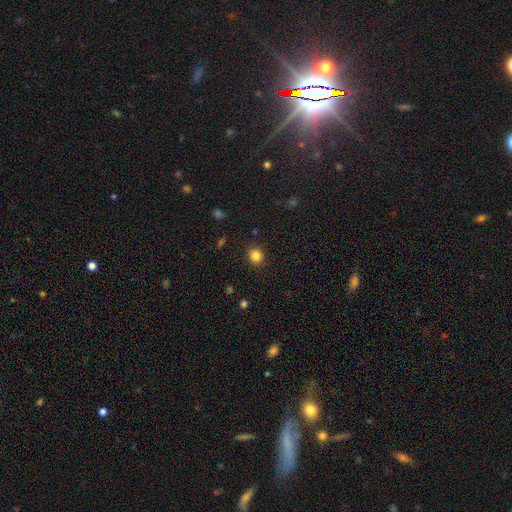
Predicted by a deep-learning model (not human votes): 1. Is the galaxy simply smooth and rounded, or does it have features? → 84% smooth, 12% star or artifact, 4% featured or disk.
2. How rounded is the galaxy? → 78% round, 21% in between, 1% cigar-shaped.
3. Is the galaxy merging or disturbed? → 90% none, 7% minor disturbance, 2% major disturbance, 1% merger.